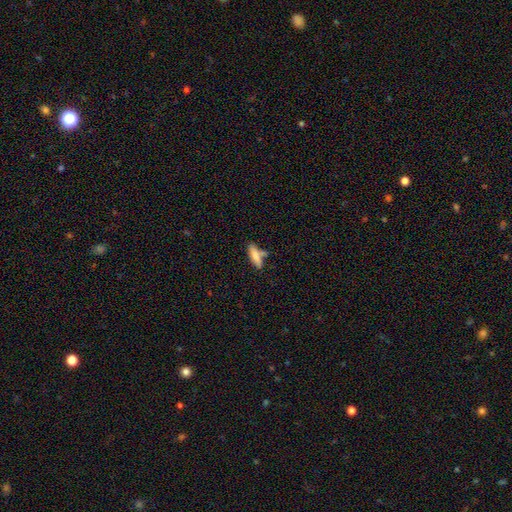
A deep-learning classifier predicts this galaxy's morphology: Q: Smooth or featured?
A: smooth (79%); runner-up: featured or disk (14%)
Q: How rounded?
A: cigar-shaped (57%); runner-up: in between (41%)
Q: Merging?
A: none (58%); runner-up: merger (19%)